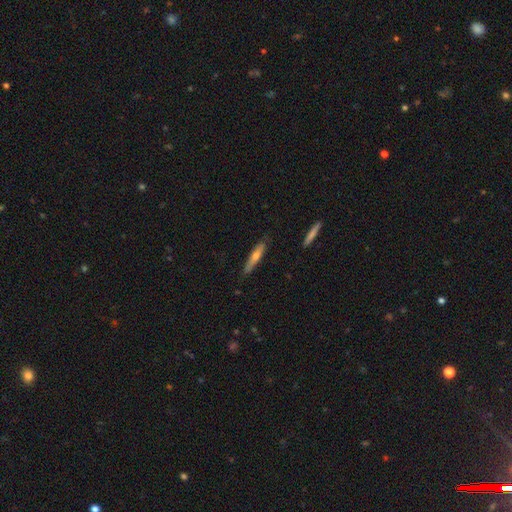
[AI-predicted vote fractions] Smooth or featured? Predicted: smooth (p=0.48). Merging? Predicted: none (p=0.81).